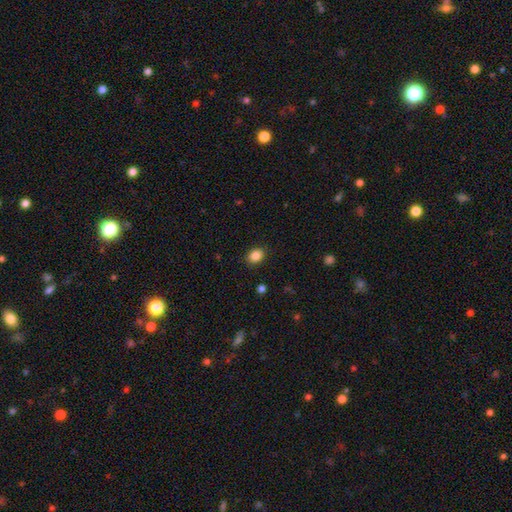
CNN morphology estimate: A smooth galaxy with no disk features (86%) that is in between round and cigar-shaped (56%). Merging: none (88%).